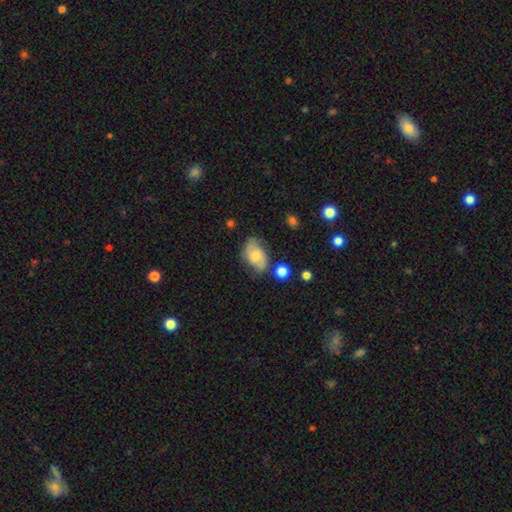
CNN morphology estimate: Smooth or featured? featured or disk (52%)
Edge-on disk? no (95%)
Merging? none (66%)